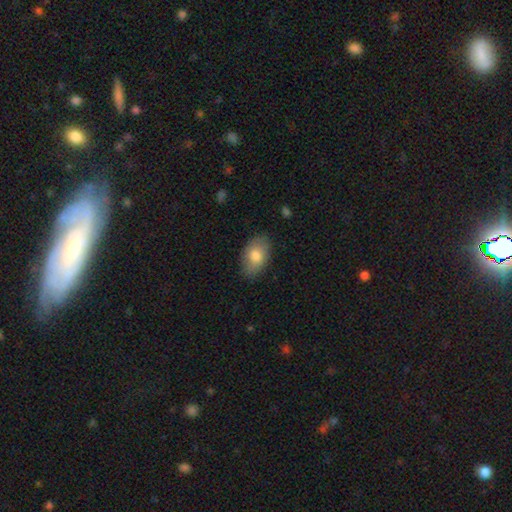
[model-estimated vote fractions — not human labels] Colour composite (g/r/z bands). It shows a smooth galaxy with no disk features (80%) that is in between round and cigar-shaped (91%). Merging: none (83%).